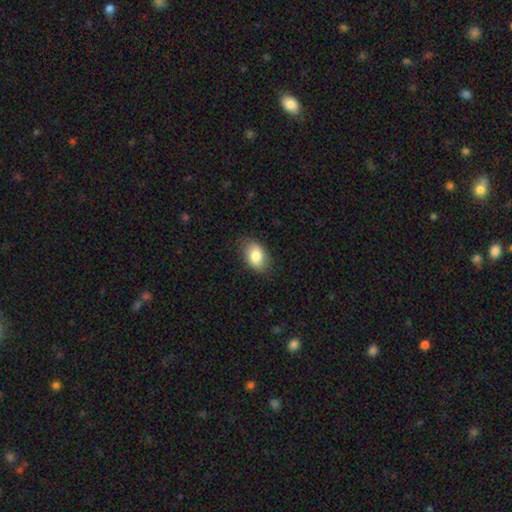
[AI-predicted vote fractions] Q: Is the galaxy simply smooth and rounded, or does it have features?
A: smooth — 83%.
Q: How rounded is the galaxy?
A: in between — 87%.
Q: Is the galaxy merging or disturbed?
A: none — 81%.